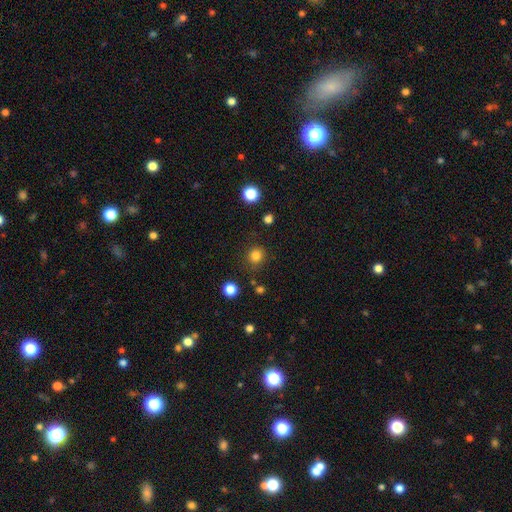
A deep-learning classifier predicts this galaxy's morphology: A smooth galaxy with no disk features (82%) that is round (91%).

Vote fractions:
- Smooth or featured? smooth: 82% / star or artifact: 13% / featured or disk: 4%
- How rounded? round: 91% / in between: 8% / cigar-shaped: 1%
- Merging? none: 87% / minor disturbance: 8% / major disturbance: 3% / merger: 2%